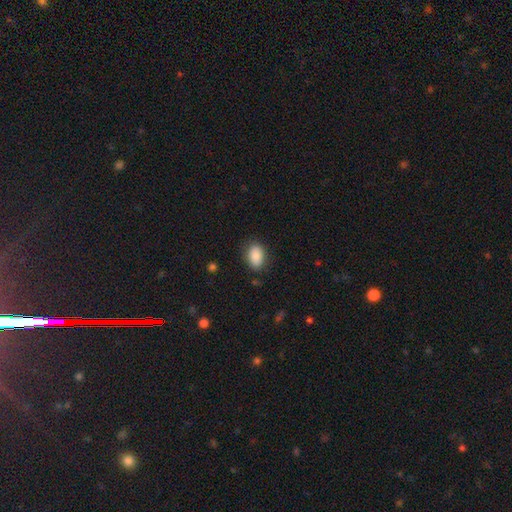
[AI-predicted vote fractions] Overall: smooth (85%). How rounded: in between (83%). Merging: none (81%).